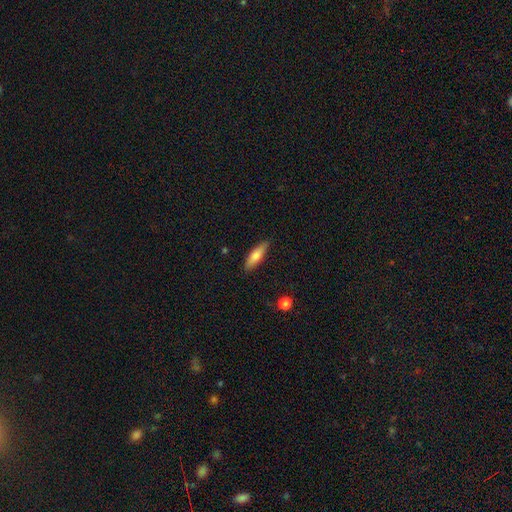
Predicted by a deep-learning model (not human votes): Q: Smooth or featured?
A: smooth (72%); runner-up: featured or disk (21%)
Q: How rounded?
A: cigar-shaped (57%); runner-up: in between (41%)
Q: Merging?
A: none (85%); runner-up: minor disturbance (11%)